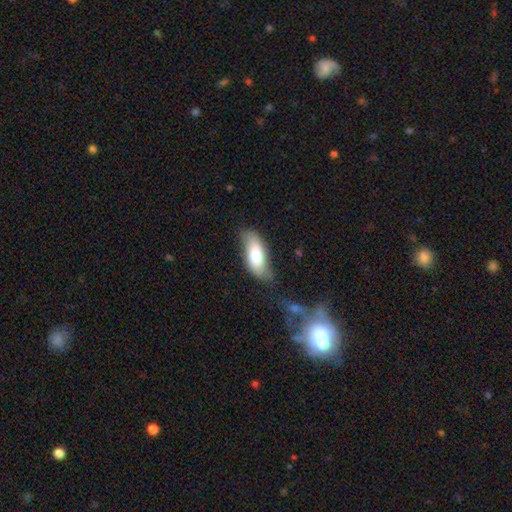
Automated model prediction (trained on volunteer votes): A smooth galaxy with no disk features (73%) that is in between round and cigar-shaped (81%).

Vote fractions:
- Smooth or featured? smooth: 73% / featured or disk: 21% / star or artifact: 6%
- How rounded? in between: 81% / cigar-shaped: 17% / round: 2%
- Merging? none: 60% / minor disturbance: 29% / major disturbance: 8% / merger: 3%